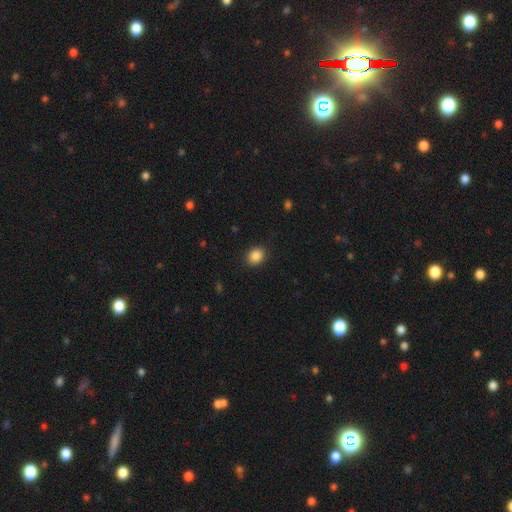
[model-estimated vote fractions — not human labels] smooth-or-featured: smooth: 87% | star or artifact: 9% | featured or disk: 4%
  how-rounded: round: 51% | in between: 48% | cigar-shaped: 1%
  merging: none: 89% | minor disturbance: 8% | major disturbance: 2% | merger: 1%